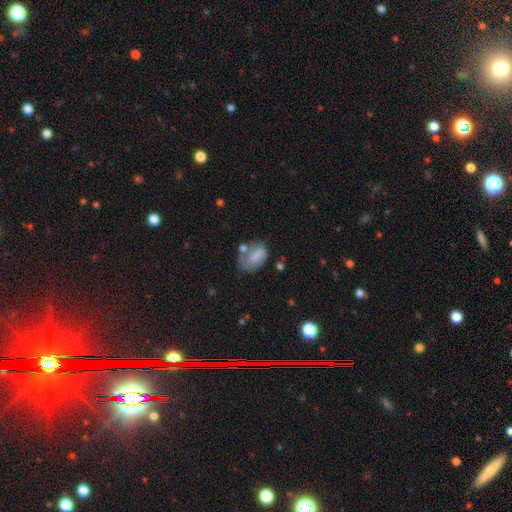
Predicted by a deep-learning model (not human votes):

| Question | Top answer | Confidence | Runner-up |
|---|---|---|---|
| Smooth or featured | smooth | 66% | featured or disk (25%) |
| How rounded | in between | 81% | round (17%) |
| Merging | none | 37% | minor disturbance (28%) |